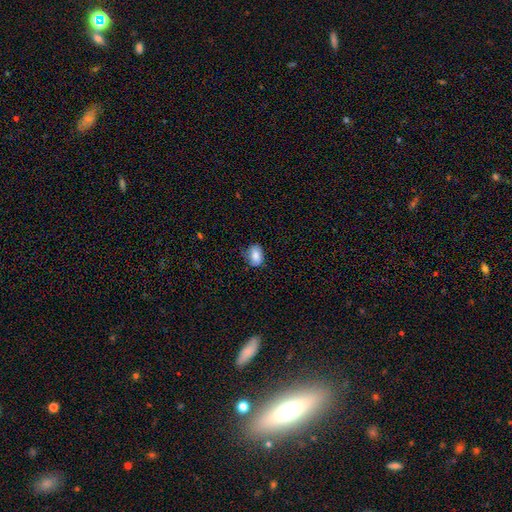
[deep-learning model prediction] The model was most divided on "merging": none: 67%, minor disturbance: 26%, major disturbance: 6%, merger: 1%. More confident: smooth or featured — smooth (83%); how rounded — in between (77%).